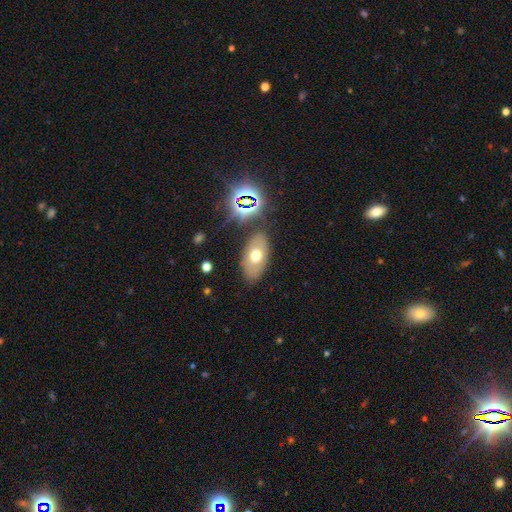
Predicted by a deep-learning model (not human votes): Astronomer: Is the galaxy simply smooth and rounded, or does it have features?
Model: smooth — 58%.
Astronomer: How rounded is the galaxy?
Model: in between — 91%.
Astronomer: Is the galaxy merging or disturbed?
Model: none — 80%.